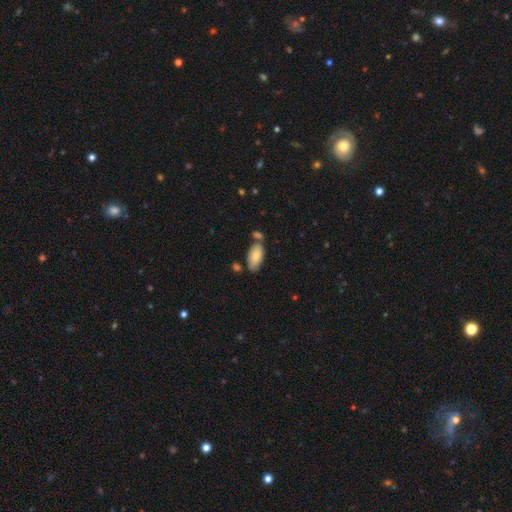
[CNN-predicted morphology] smooth 83%, featured or disk 11%, star or artifact 6%. Down the decision tree: how rounded — in between (93%); merging — none (65%).